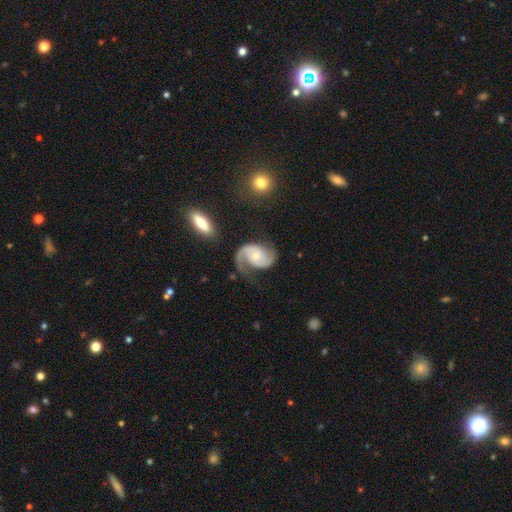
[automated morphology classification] A featured or disk galaxy (87%) with no bar (60%), 2 (77%) medium (49%) spiral arms (97%) and a small central bulge (55%).

Vote fractions:
- Smooth or featured? featured or disk: 87% / smooth: 8% / star or artifact: 5%
- Edge-on disk? no: 98% / yes: 2%
- Bar? no: 60% / weak: 31% / strong: 9%
- Spiral arms? yes: 97% / no: 3%
- Spiral winding? medium: 49% / loose: 33% / tight: 18%
- Spiral arm count? 2: 77% / 1: 18% / can't tell: 3% / 3: 1% / 4: 1% / more than 4: 1%
- Bulge size? small: 55% / moderate: 37% / none: 4% / large: 3% / dominant: 1%
- Merging? none: 58% / minor disturbance: 20% / major disturbance: 19% / merger: 3%